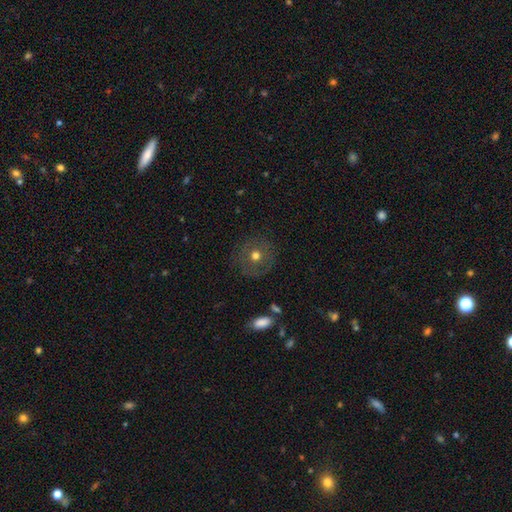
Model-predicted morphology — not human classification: type=smooth (58%); roundness=round (91%); merging=none (83%).